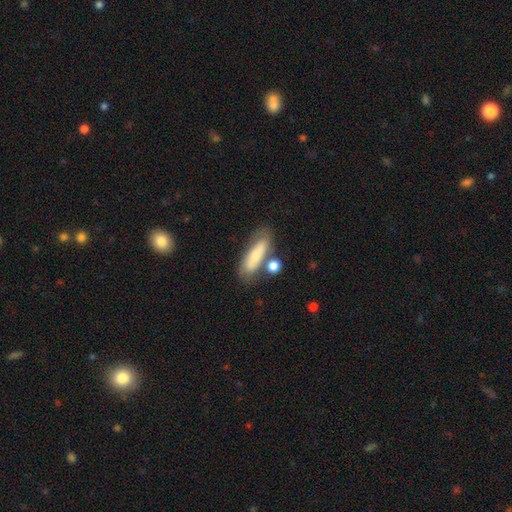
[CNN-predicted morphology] smooth_or_featured: smooth (p=0.69) [alt: featured or disk p=0.24]
how_rounded: cigar-shaped (p=0.49) [alt: in between p=0.48]
merging: none (p=0.58) [alt: merger p=0.19]